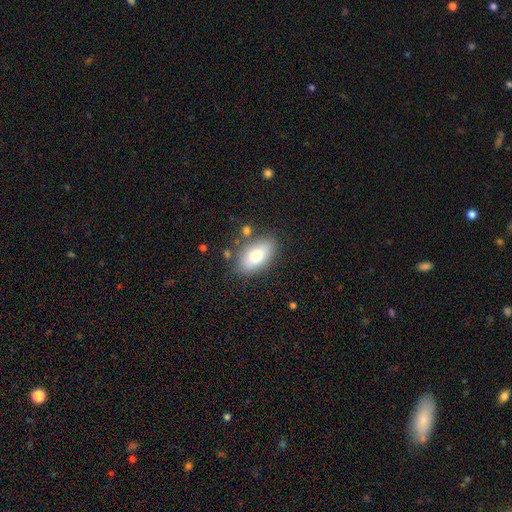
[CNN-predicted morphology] The model was most divided on "smooth or featured": smooth: 75%, featured or disk: 18%, star or artifact: 8%. More confident: how rounded — in between (91%); merging — none (79%).